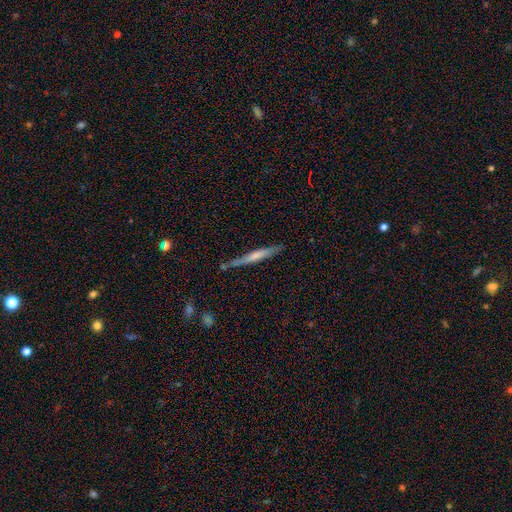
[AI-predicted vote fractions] smooth-or-featured: featured or disk: 50% | smooth: 44% | star or artifact: 6%
  merging: none: 79% | minor disturbance: 15% | merger: 4% | major disturbance: 3%